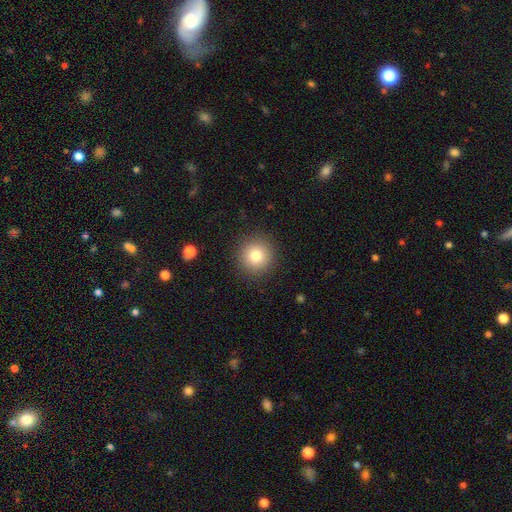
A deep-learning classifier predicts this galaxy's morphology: This is likely a smooth galaxy (80%). How rounded: clearly round (95%). Merging: clearly none (91%).